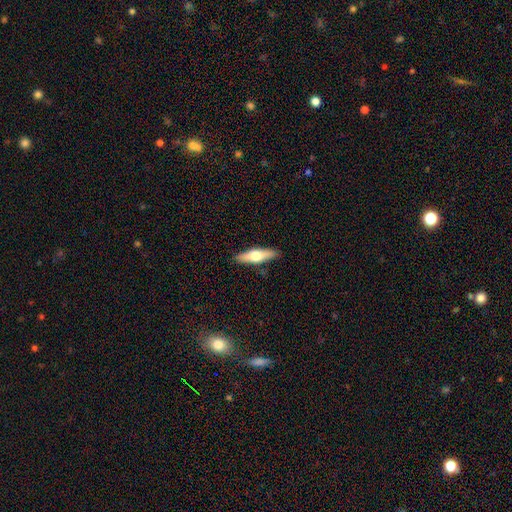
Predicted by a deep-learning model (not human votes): A smooth galaxy with no disk features (50%) that is cigar-shaped (62%). Merging: none (89%).